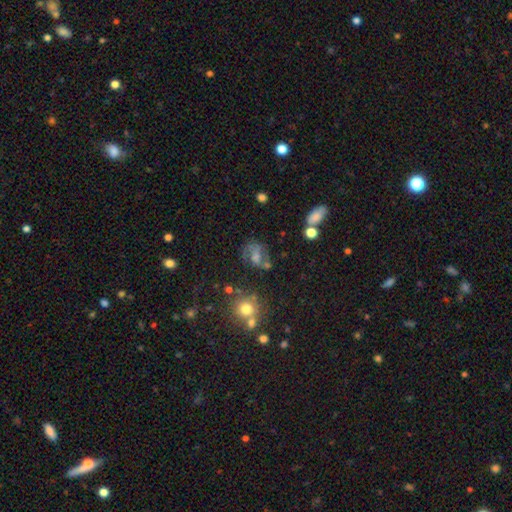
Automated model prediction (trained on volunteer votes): Smooth or featured? Predicted: featured or disk (p=0.55). Edge-on disk? Predicted: no (p=0.97). Bar? Predicted: no (p=0.48). Spiral arms? Predicted: yes (p=0.74). Bulge size? Predicted: moderate (p=0.36). Merging? Predicted: none (p=0.48).